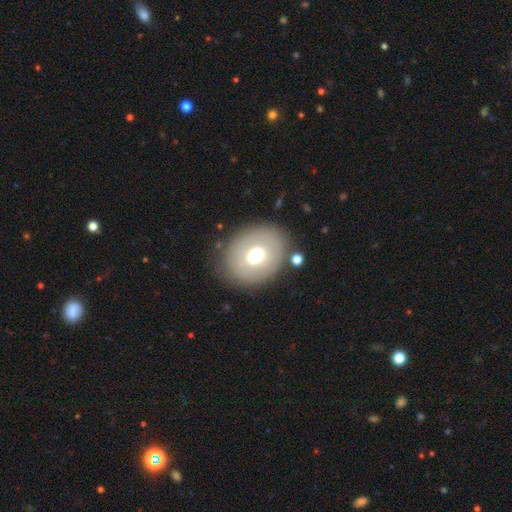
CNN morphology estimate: Overall: smooth (62%; featured or disk 28%). How rounded: round (53%; in between 46%). Merging: none (80%).